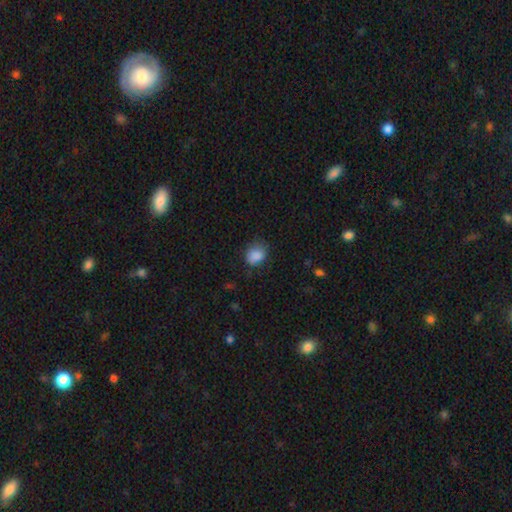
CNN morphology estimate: Smooth or featured: smooth — 86% (star or artifact — 9%)
How rounded: in between — 50% (round — 49%)
Merging: none — 64% (minor disturbance — 27%)